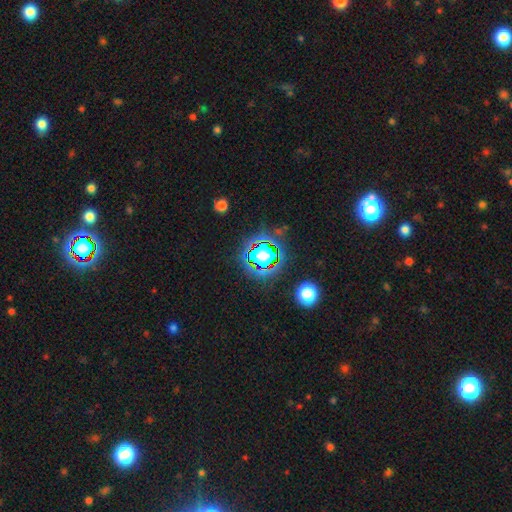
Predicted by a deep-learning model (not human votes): Smooth or featured? star or artifact (76%)